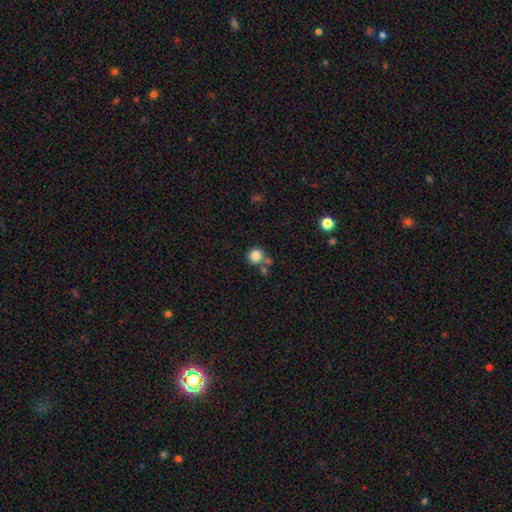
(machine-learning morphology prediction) Overall: smooth (83%). How rounded: round (91%). Merging: none (61%; merger 22%).